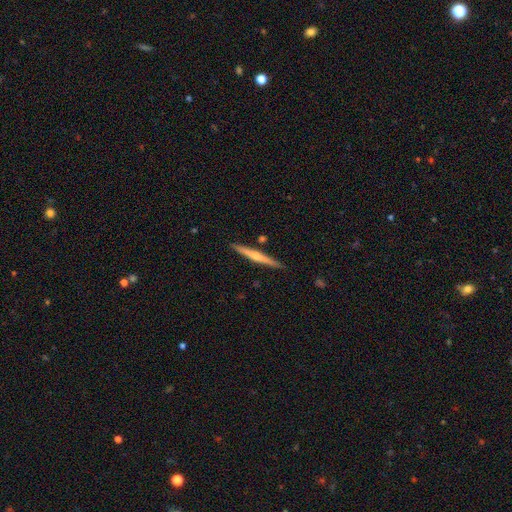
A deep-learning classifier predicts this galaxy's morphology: This appears to be a featured or disk galaxy (69%) viewed edge-on (98%) with a rounded central bulge (78%). Merging: none (91%).